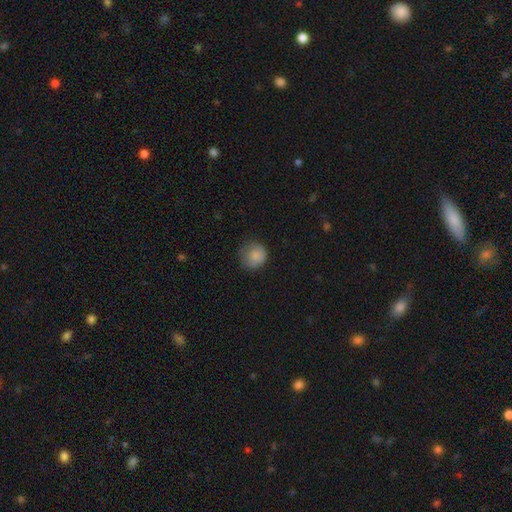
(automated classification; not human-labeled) smooth 85%, star or artifact 8%, featured or disk 7%. Down the decision tree: how rounded — round (88%); merging — none (67%).